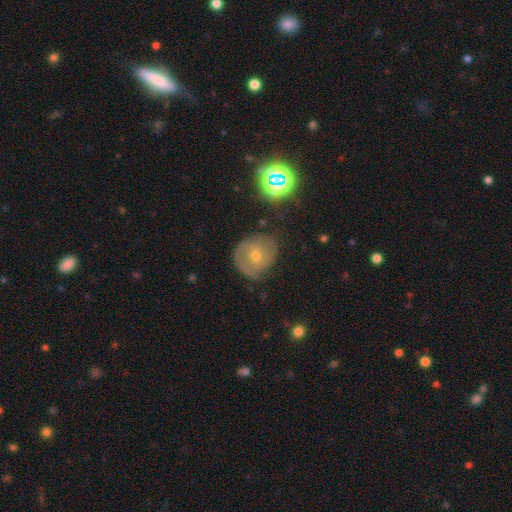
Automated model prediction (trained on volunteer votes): smooth_or_featured: featured or disk (p=0.64) [alt: smooth p=0.23]
disk_edge_on: no (p=0.97) [alt: yes p=0.03]
bar: no (p=0.60) [alt: weak p=0.32]
has_spiral_arms: yes (p=0.83) [alt: no p=0.17]
spiral_winding: tight (p=0.59) [alt: medium p=0.32]
spiral_arm_count: 2 (p=0.44) [alt: can't tell p=0.31]
bulge_size: small (p=0.55) [alt: moderate p=0.42]
merging: none (p=0.67) [alt: minor disturbance p=0.23]